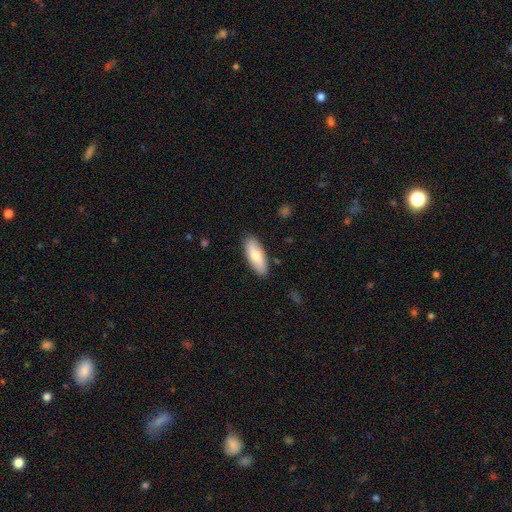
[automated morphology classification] Smooth or featured?
  - smooth: 71% *
  - featured or disk: 24%
  - star or artifact: 5%
How rounded?
  - in between: 74% *
  - cigar-shaped: 24%
  - round: 2%
Merging?
  - none: 87% *
  - minor disturbance: 10%
  - major disturbance: 2%
  - merger: 1%